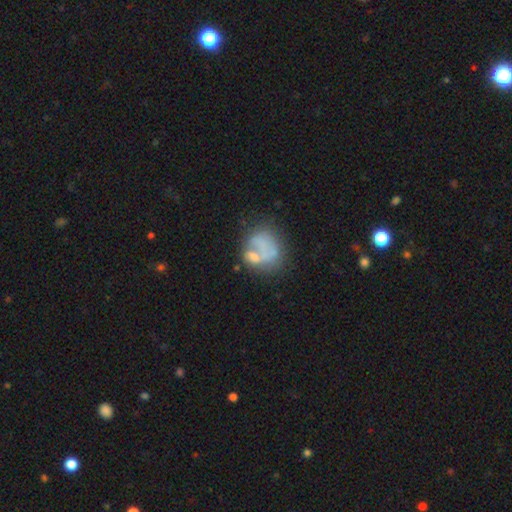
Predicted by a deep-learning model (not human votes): Overall: smooth (48%; featured or disk 38%). Merging: none (39%; major disturbance 21%).